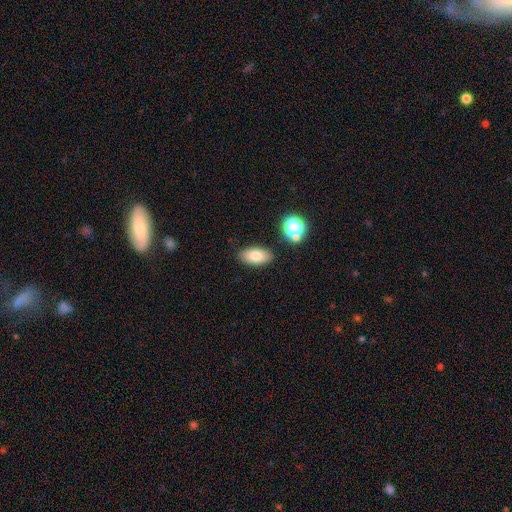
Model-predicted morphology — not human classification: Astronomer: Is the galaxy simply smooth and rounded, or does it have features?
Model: smooth — 79%.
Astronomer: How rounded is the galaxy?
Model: in between — 90%.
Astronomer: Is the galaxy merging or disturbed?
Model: none — 84%.